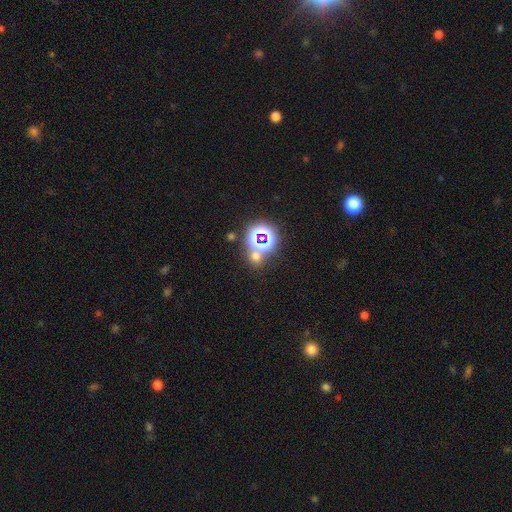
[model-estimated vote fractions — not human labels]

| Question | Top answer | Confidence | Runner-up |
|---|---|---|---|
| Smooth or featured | star or artifact | 50% | smooth (42%) |